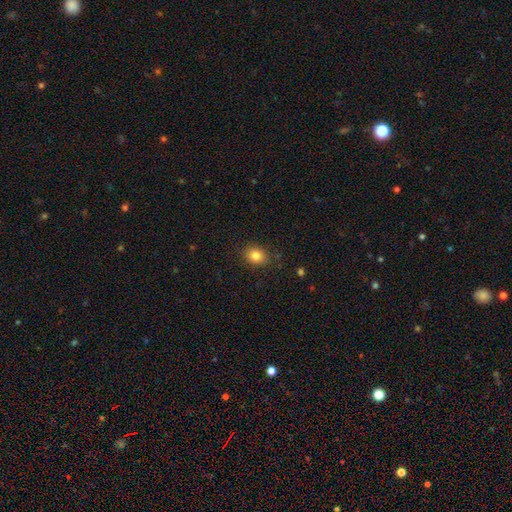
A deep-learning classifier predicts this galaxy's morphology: smooth_or_featured: smooth (p=0.84) [alt: star or artifact p=0.10]
how_rounded: round (p=0.54) [alt: in between p=0.45]
merging: none (p=0.85) [alt: minor disturbance p=0.11]